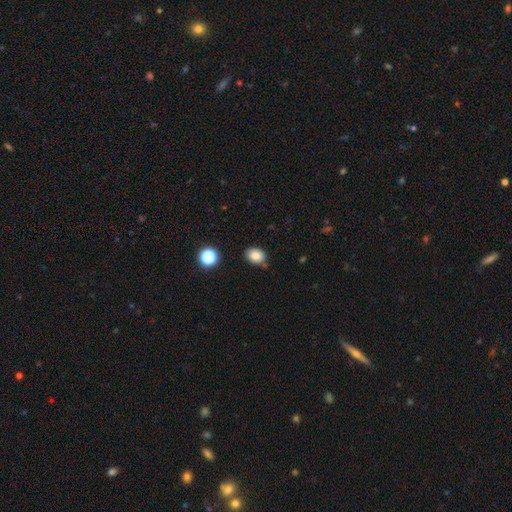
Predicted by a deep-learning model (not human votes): A smooth galaxy with no disk features (83%) that is in between round and cigar-shaped (65%). Merging: none (79%).